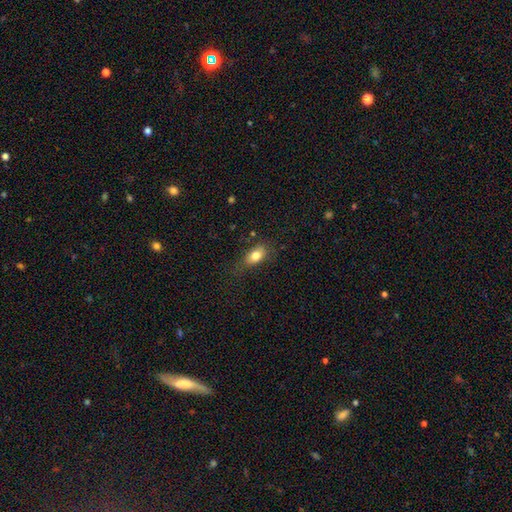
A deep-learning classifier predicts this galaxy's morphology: smooth-or-featured: smooth: 80% | featured or disk: 11% | star or artifact: 8%
  how-rounded: in between: 85% | round: 10% | cigar-shaped: 5%
  merging: none: 69% | minor disturbance: 22% | major disturbance: 8% | merger: 2%